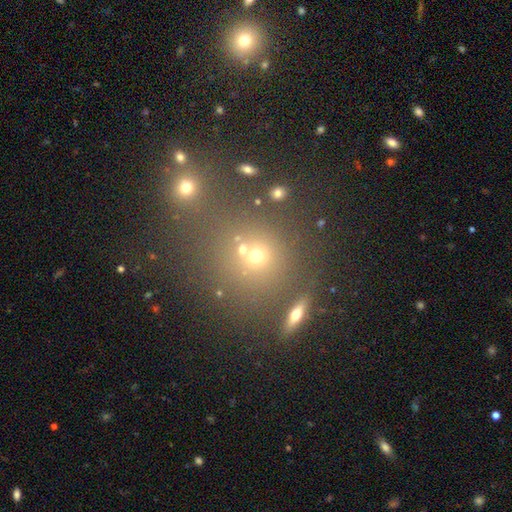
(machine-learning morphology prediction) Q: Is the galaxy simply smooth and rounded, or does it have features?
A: smooth — 45%.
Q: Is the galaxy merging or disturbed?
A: none — 61%.